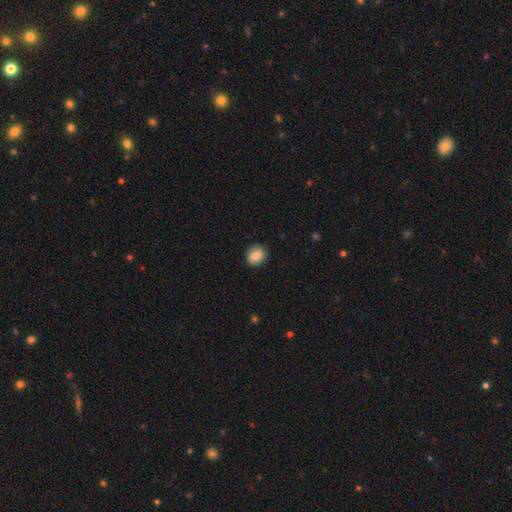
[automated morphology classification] smooth_or_featured: smooth (p=0.86) [alt: star or artifact p=0.08]
how_rounded: round (p=0.73) [alt: in between p=0.26]
merging: none (p=0.89) [alt: minor disturbance p=0.08]